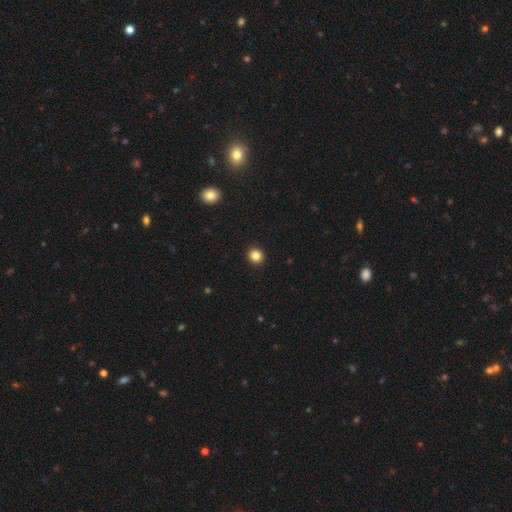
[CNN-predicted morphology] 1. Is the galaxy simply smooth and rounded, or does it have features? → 84% smooth, 11% star or artifact, 4% featured or disk.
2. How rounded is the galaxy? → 88% round, 11% in between, 1% cigar-shaped.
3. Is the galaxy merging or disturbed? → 93% none, 4% minor disturbance, 1% major disturbance, 1% merger.